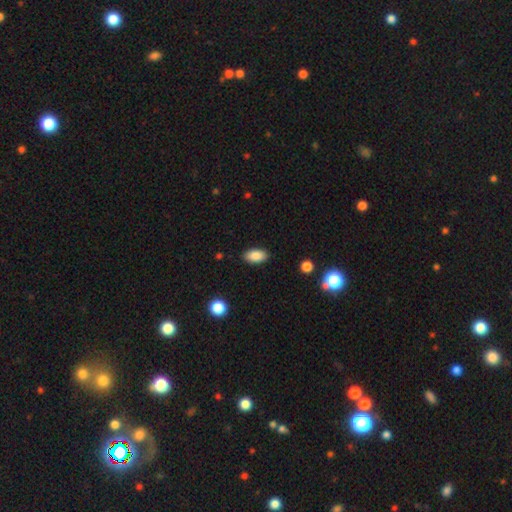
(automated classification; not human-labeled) Smooth or featured: smooth — 87% (star or artifact — 8%)
How rounded: in between — 93% (round — 4%)
Merging: none — 88% (minor disturbance — 9%)